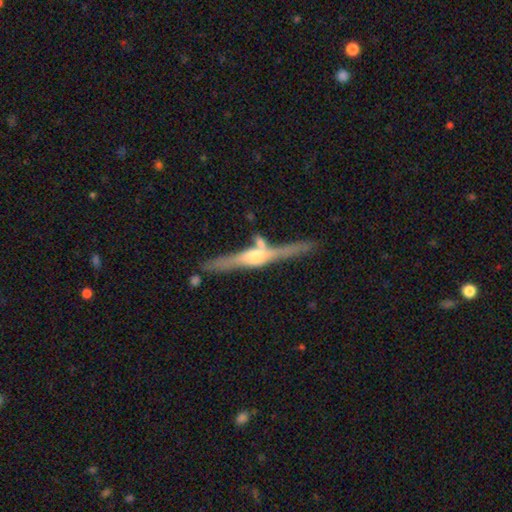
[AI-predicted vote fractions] Smooth or featured?
  - featured or disk: 78% *
  - smooth: 16%
  - star or artifact: 5%
Edge-on disk?
  - yes: 96% *
  - no: 4%
Edge-on bulge?
  - rounded: 83% *
  - boxy: 12%
  - none: 5%
Merging?
  - none: 66% *
  - merger: 16%
  - minor disturbance: 14%
  - major disturbance: 4%